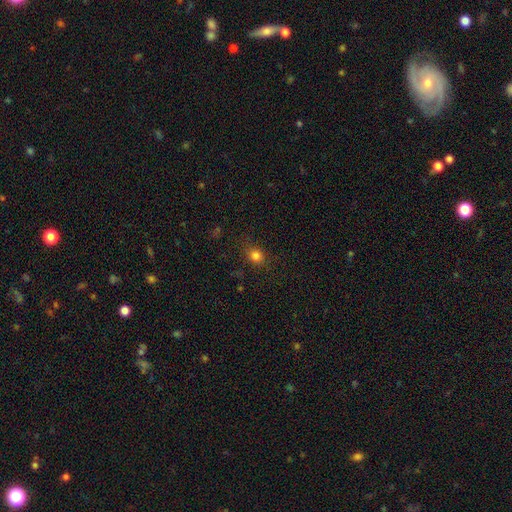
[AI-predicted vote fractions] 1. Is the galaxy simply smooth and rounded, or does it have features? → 80% smooth, 14% star or artifact, 5% featured or disk.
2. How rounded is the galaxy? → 76% round, 22% in between, 1% cigar-shaped.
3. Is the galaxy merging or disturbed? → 83% none, 12% minor disturbance, 4% major disturbance, 1% merger.